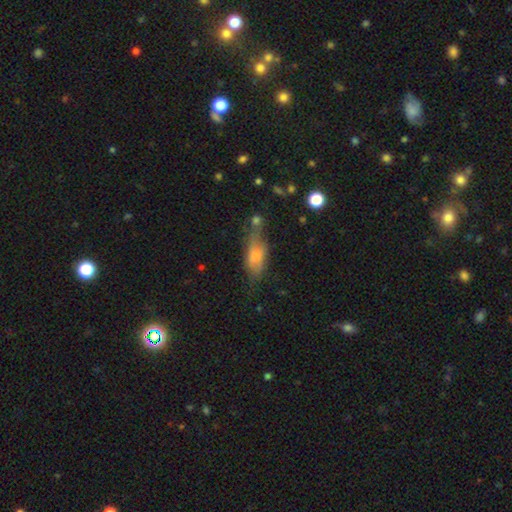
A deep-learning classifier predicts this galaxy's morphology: Smooth or featured?
  - smooth: 58% *
  - featured or disk: 33%
  - star or artifact: 10%
How rounded?
  - in between: 67% *
  - cigar-shaped: 29%
  - round: 5%
Merging?
  - none: 47% *
  - minor disturbance: 29%
  - major disturbance: 14%
  - merger: 11%